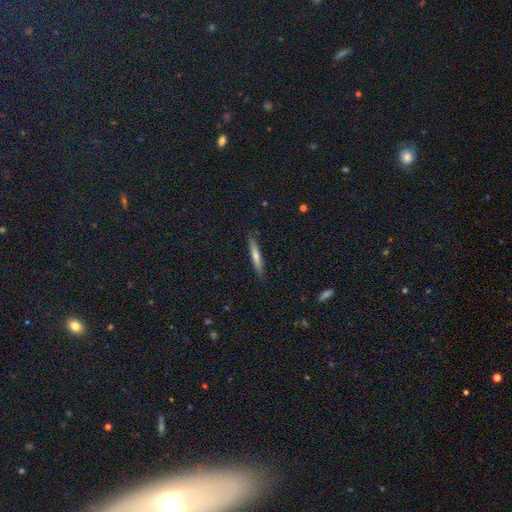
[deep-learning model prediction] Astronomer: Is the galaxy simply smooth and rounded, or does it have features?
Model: smooth — 52% (runner-up: featured or disk, 39%).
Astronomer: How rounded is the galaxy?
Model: cigar-shaped — 92%.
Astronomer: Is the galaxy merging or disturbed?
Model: none — 90%.